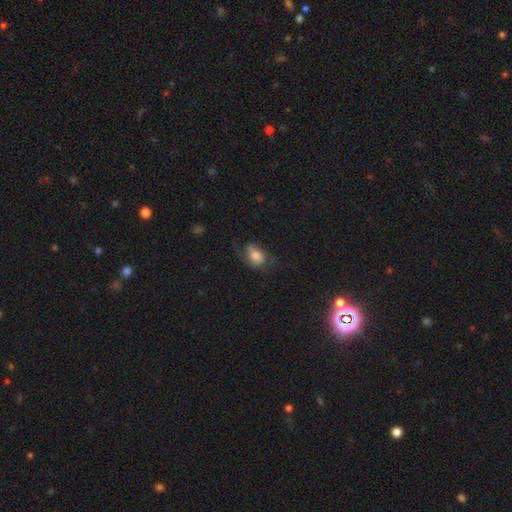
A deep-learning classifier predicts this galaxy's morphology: type=smooth (49%); merging=none (44%).